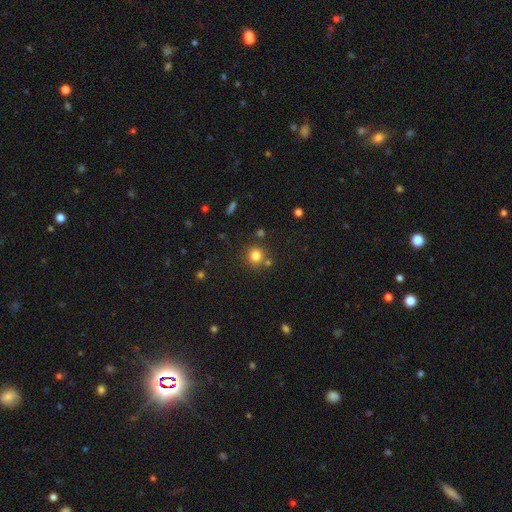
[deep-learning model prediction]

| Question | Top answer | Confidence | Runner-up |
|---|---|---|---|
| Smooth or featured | smooth | 80% | star or artifact (14%) |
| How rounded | round | 91% | in between (8%) |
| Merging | none | 77% | merger (11%) |